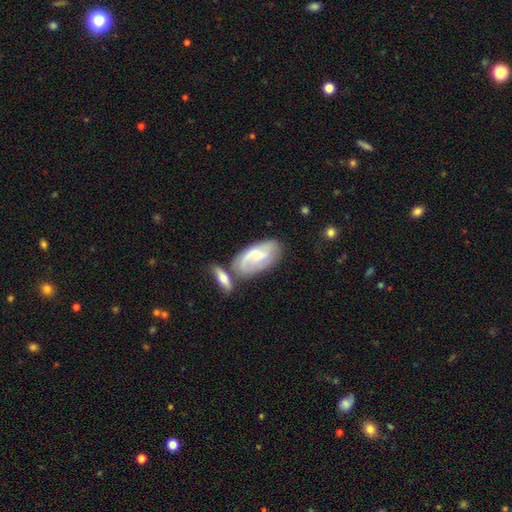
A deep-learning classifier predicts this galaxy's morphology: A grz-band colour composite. It shows a featured or disk galaxy (57%) with no bar (46%), spiral arms (83%) and a small central bulge (49%). Merging: none (46%).